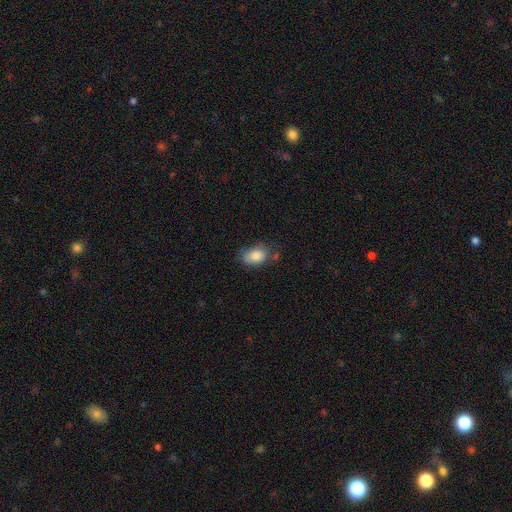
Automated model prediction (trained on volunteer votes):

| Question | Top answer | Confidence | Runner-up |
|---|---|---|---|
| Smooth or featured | smooth | 83% | featured or disk (9%) |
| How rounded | in between | 84% | round (15%) |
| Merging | none | 60% | minor disturbance (28%) |